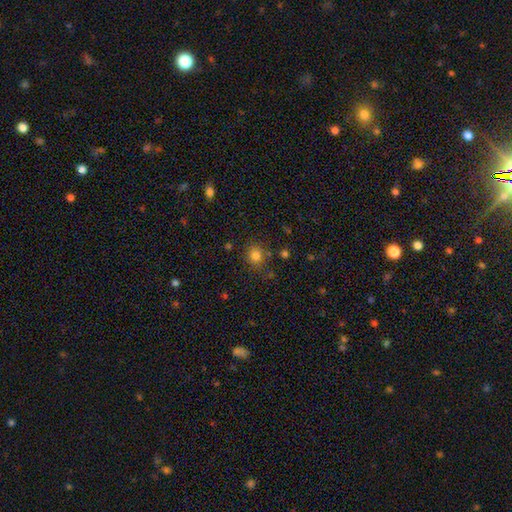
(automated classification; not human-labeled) Morphology: type=smooth (80%); roundness=round (79%); merging=none (75%).